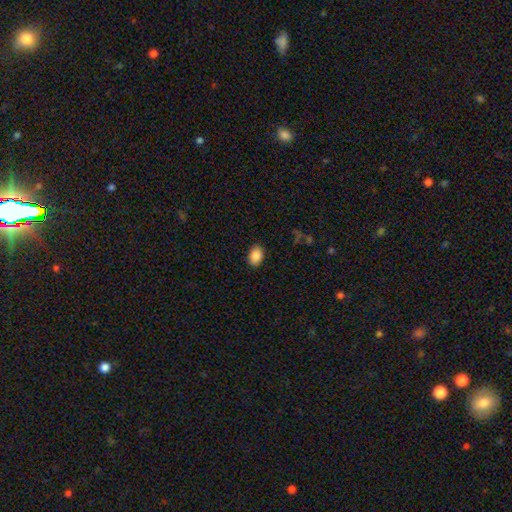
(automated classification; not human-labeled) Smooth or featured? smooth (88%)
How rounded? in between (83%)
Merging? none (88%)